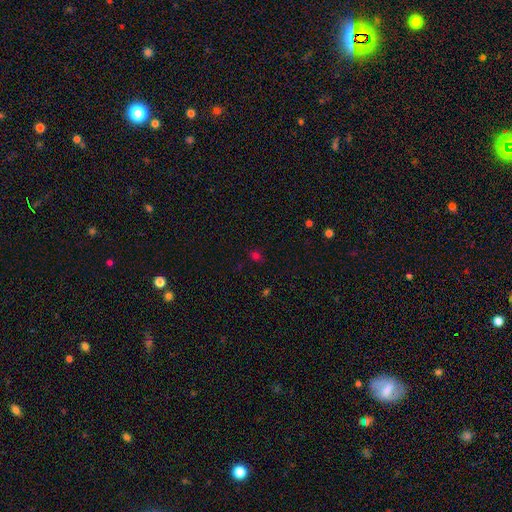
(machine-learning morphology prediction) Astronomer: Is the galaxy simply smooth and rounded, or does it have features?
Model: smooth — 61%.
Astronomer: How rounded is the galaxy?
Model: round — 63%.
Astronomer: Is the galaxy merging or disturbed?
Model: none — 81%.